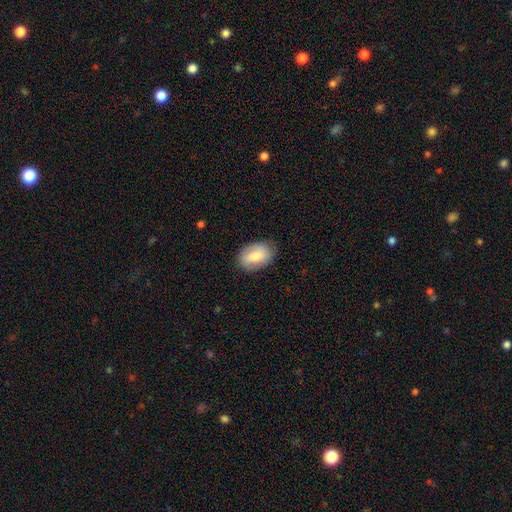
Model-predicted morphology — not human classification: Overall: smooth (80%). How rounded: in between (90%). Merging: none (81%).